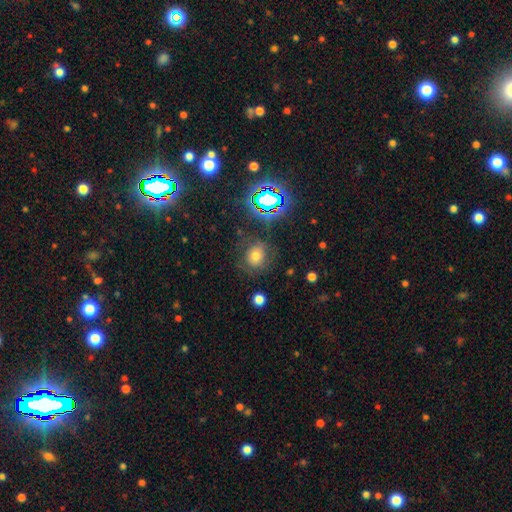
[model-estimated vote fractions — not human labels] A smooth galaxy with no disk features (60%) that is round (76%).

Vote fractions:
- Smooth or featured? smooth: 60% / star or artifact: 23% / featured or disk: 17%
- How rounded? round: 76% / in between: 23% / cigar-shaped: 1%
- Merging? none: 71% / minor disturbance: 17% / major disturbance: 10% / merger: 2%